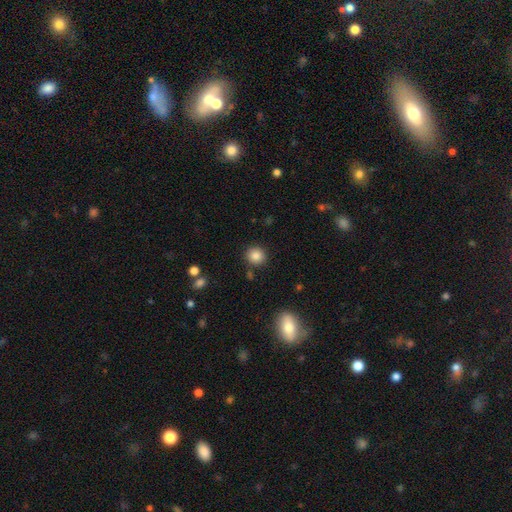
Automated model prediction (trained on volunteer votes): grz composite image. It shows a smooth galaxy with no disk features (85%) that is round (89%). Merging: none (87%).